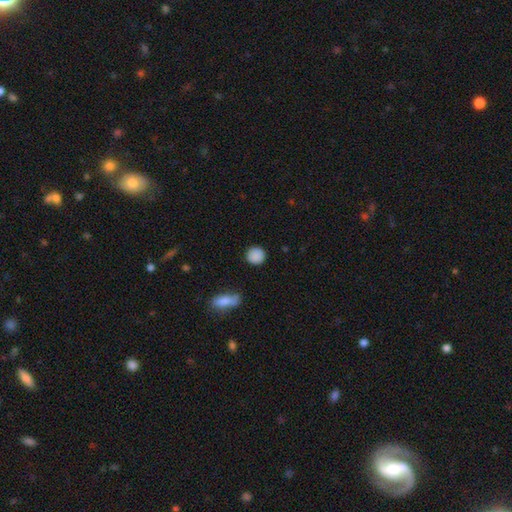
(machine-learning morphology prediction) type=smooth (88%); roundness=round (90%); merging=none (87%).